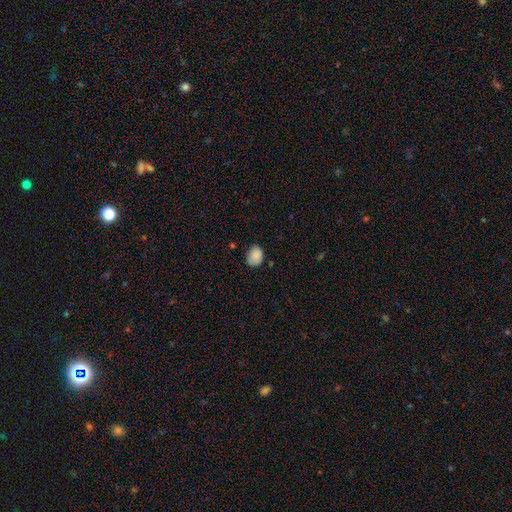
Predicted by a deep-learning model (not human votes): smooth-or-featured: smooth: 86% | star or artifact: 9% | featured or disk: 6%
  how-rounded: in between: 57% | round: 42% | cigar-shaped: 1%
  merging: none: 64% | minor disturbance: 29% | major disturbance: 5% | merger: 2%